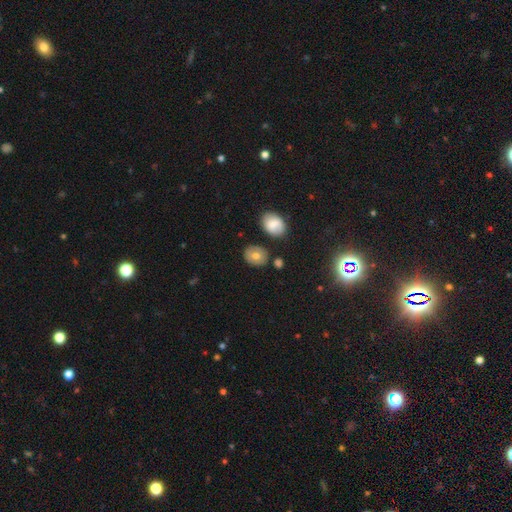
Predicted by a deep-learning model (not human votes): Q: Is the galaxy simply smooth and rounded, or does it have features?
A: smooth — 72%.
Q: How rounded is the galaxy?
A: round — 53%.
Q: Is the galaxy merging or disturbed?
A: none — 77%.